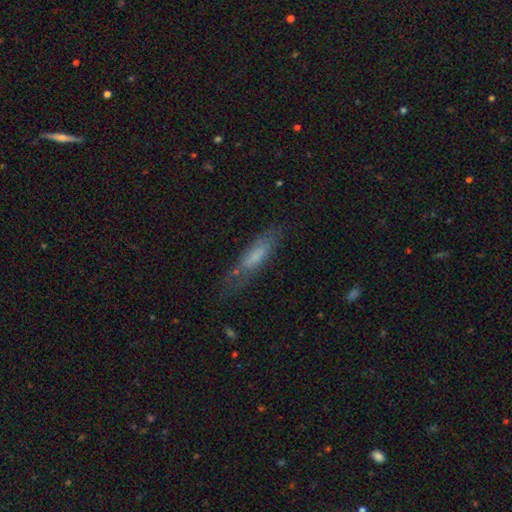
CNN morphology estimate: A smooth galaxy with no disk features (59%) that is cigar-shaped (68%).

Vote fractions:
- Smooth or featured? smooth: 59% / featured or disk: 33% / star or artifact: 8%
- How rounded? cigar-shaped: 68% / in between: 30% / round: 2%
- Merging? none: 57% / minor disturbance: 25% / major disturbance: 15% / merger: 3%